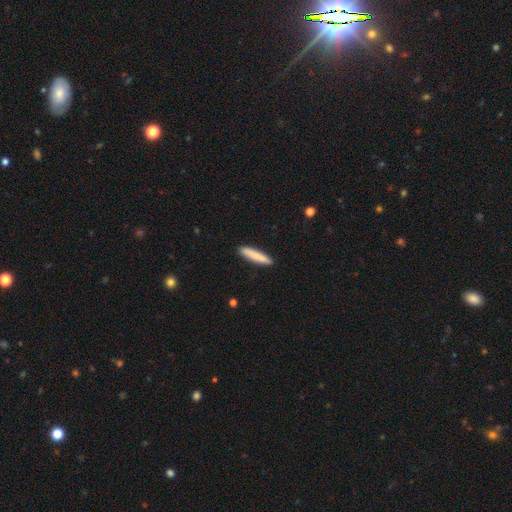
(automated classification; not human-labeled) This appears to be a smooth galaxy with no disk features (85%) that is cigar-shaped (90%). Merging: none (91%).